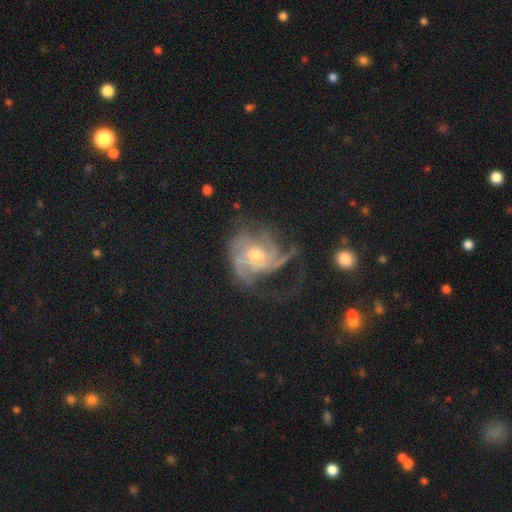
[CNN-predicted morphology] Smooth or featured?
  - featured or disk: 86% *
  - smooth: 8%
  - star or artifact: 6%
Edge-on disk?
  - no: 98% *
  - yes: 2%
Bar?
  - no: 71% *
  - weak: 24%
  - strong: 5%
Spiral arms?
  - yes: 94% *
  - no: 6%
Spiral winding?
  - tight: 42% *
  - medium: 40%
  - loose: 17%
Spiral arm count?
  - 3: 35% *
  - can't tell: 21%
  - 2: 16%
  - 4: 14%
  - 1: 7%
  - more than 4: 6%
Bulge size?
  - moderate: 65% *
  - small: 28%
  - large: 4%
  - none: 1%
  - dominant: 1%
Merging?
  - none: 46% *
  - major disturbance: 31%
  - minor disturbance: 20%
  - merger: 3%